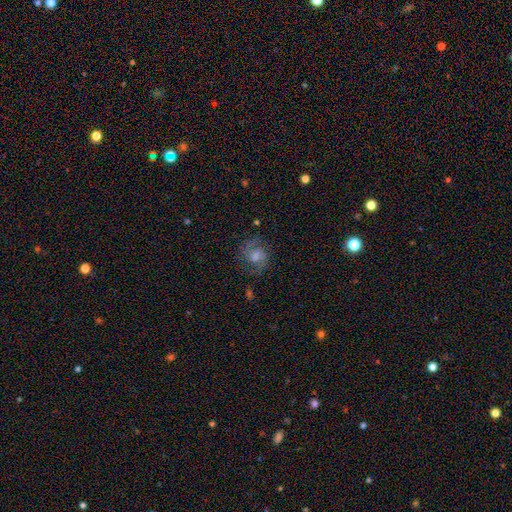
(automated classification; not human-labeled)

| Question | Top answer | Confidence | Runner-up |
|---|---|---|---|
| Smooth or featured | featured or disk | 68% | smooth (17%) |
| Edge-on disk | no | 98% | yes (2%) |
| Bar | no | 50% | weak (42%) |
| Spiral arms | yes | 93% | no (7%) |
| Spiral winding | medium | 53% | tight (29%) |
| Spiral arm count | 2 | 77% | can't tell (11%) |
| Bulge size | moderate | 45% | small (33%) |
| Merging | none | 77% | minor disturbance (14%) |